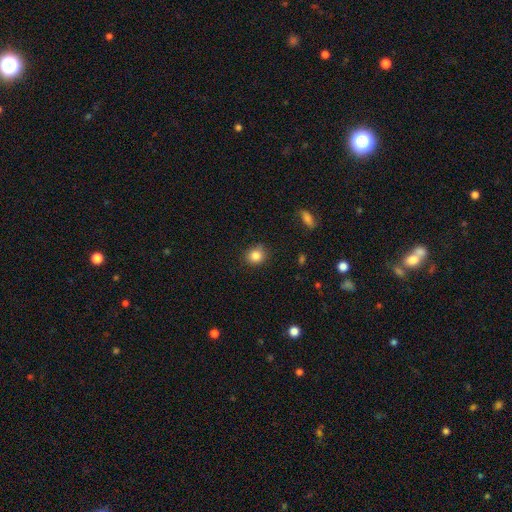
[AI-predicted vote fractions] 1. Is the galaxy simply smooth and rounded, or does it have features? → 85% smooth, 10% star or artifact, 5% featured or disk.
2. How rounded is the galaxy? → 80% round, 19% in between, 1% cigar-shaped.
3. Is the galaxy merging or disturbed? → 84% none, 12% minor disturbance, 3% major disturbance, 1% merger.